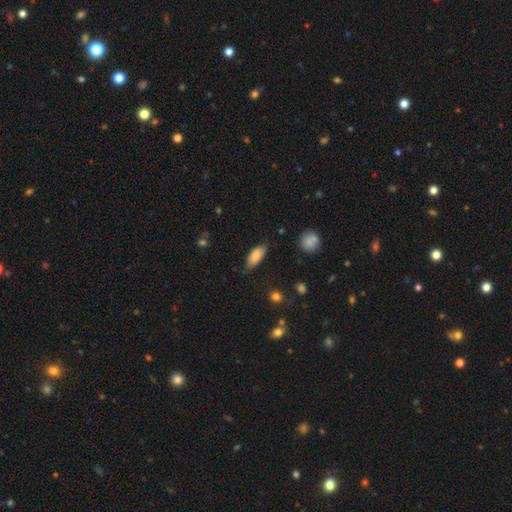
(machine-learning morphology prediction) This is clearly a smooth galaxy (82%). How rounded: likely in between (80%). Merging: likely none (75%).